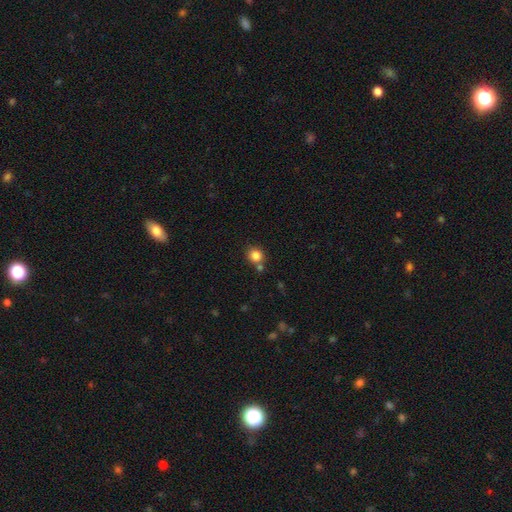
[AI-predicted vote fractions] The model was most divided on "merging": none: 70%, merger: 17%, minor disturbance: 10%, major disturbance: 3%. More confident: how rounded — round (85%); smooth or featured — smooth (84%).